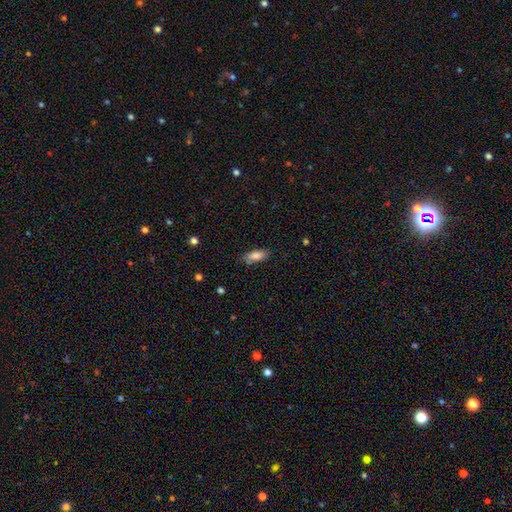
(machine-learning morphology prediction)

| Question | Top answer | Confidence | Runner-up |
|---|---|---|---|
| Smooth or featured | smooth | 81% | featured or disk (11%) |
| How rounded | in between | 77% | cigar-shaped (21%) |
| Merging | none | 77% | minor disturbance (16%) |